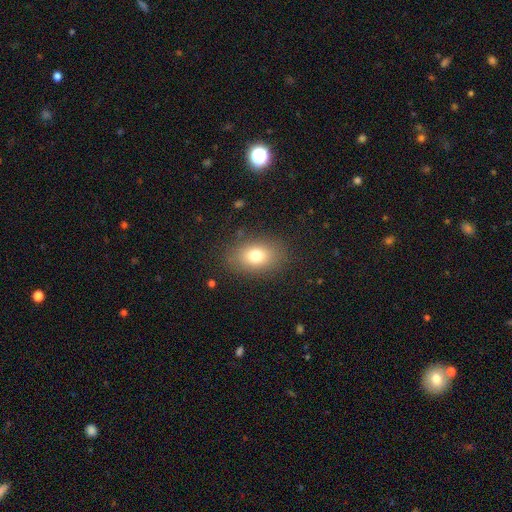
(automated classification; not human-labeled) Smooth or featured? Predicted: smooth (p=0.76). How rounded? Predicted: in between (p=0.77). Merging? Predicted: none (p=0.84).